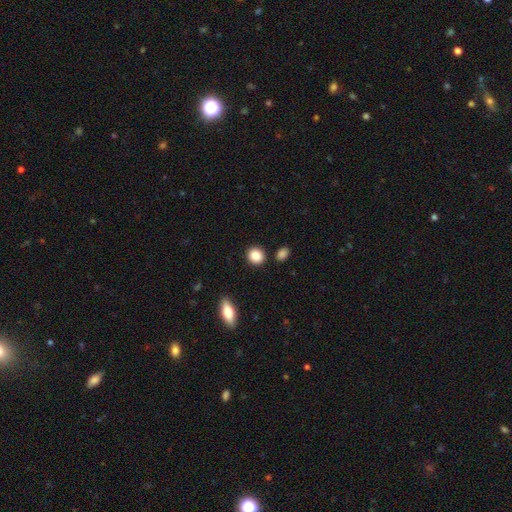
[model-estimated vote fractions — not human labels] Smooth or featured: smooth — 87% (star or artifact — 8%)
How rounded: round — 80% (in between — 19%)
Merging: none — 87% (minor disturbance — 7%)